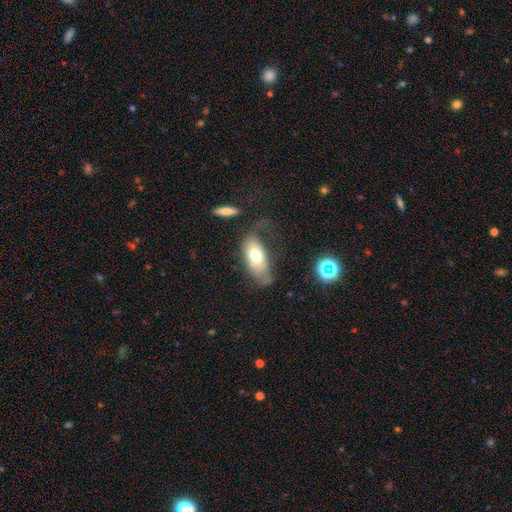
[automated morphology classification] Smooth or featured: smooth — 65% (featured or disk — 27%)
How rounded: in between — 88% (cigar-shaped — 8%)
Merging: none — 34% (major disturbance — 33%)